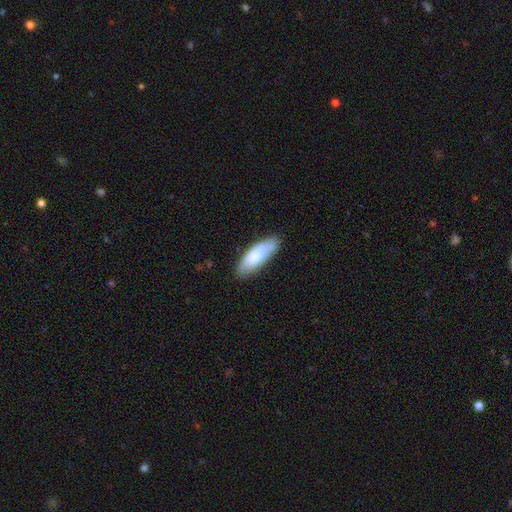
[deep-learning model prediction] The model was most divided on "how rounded": in between: 66%, cigar-shaped: 33%, round: 2%. More confident: smooth or featured — smooth (74%); merging — none (69%).